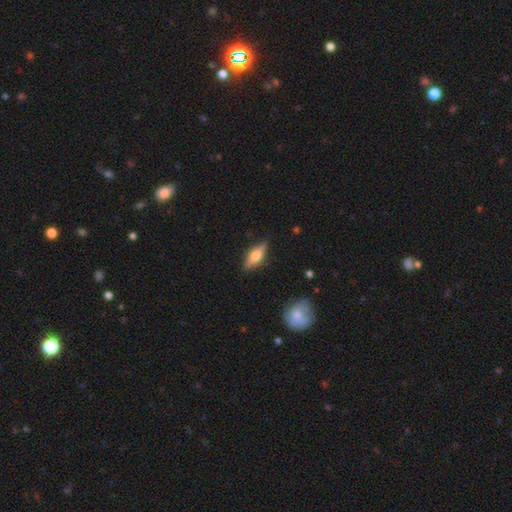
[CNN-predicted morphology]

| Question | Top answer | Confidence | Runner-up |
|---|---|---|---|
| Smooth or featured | featured or disk | 54% | smooth (40%) |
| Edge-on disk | yes | 93% | no (7%) |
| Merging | none | 85% | minor disturbance (11%) |